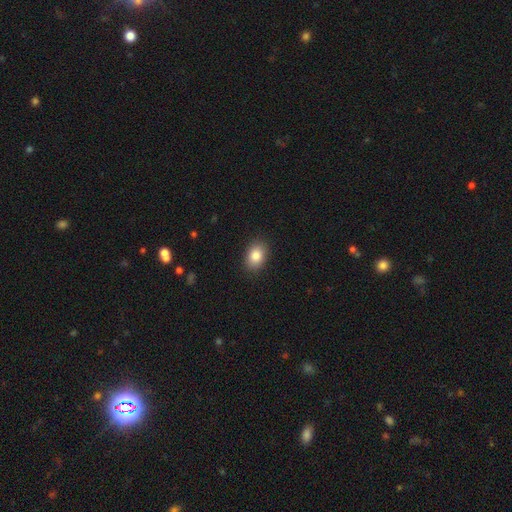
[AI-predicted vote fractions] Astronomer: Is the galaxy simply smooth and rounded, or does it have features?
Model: smooth — 85%.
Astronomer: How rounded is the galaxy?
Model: in between — 77%.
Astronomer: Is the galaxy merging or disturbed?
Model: none — 89%.